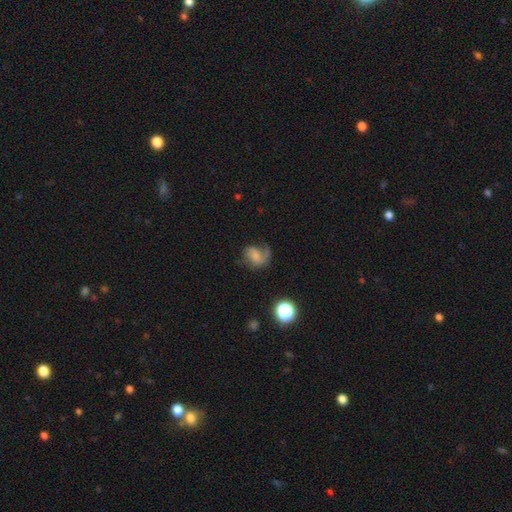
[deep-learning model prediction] smooth_or_featured: featured or disk (p=0.49) [alt: smooth p=0.39]
merging: none (p=0.38) [alt: major disturbance p=0.35]